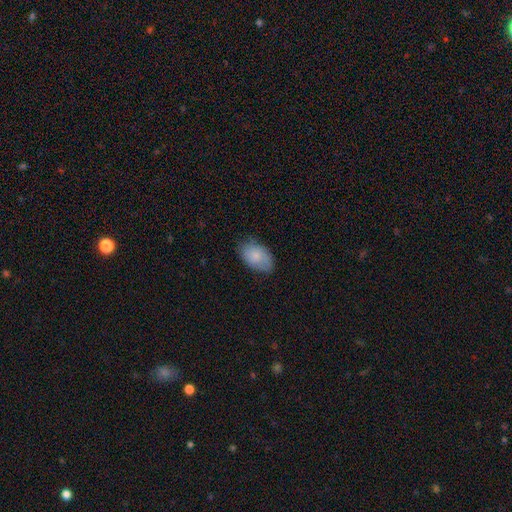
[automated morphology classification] type=smooth (80%); roundness=in between (90%); merging=none (72%).